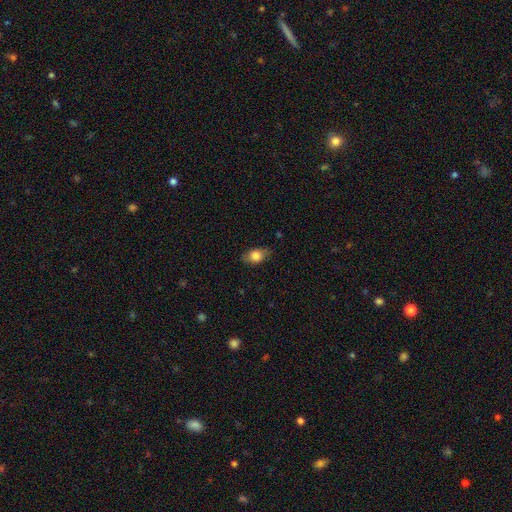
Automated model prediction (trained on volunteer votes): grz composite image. It shows a smooth galaxy with no disk features (79%) that is in between round and cigar-shaped (80%). Merging: none (79%).